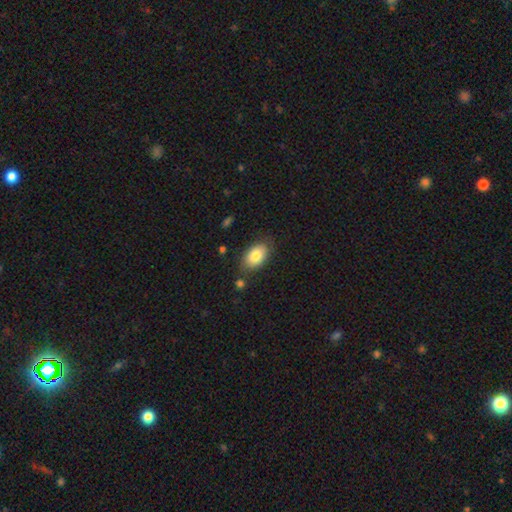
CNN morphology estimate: A smooth galaxy with no disk features (80%) that is in between round and cigar-shaped (90%). Merging: none (76%).